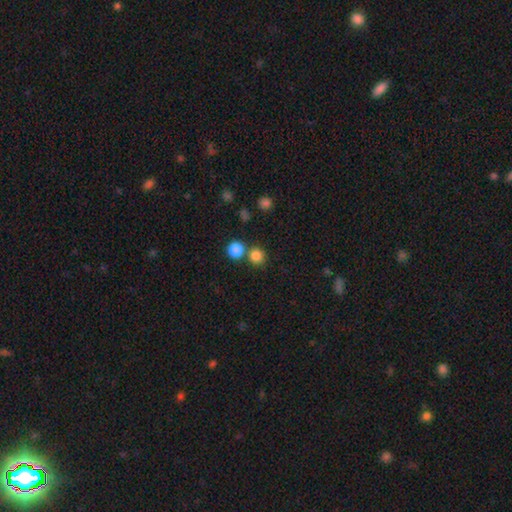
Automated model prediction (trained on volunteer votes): This appears to be a smooth galaxy with no disk features (81%) that is round (92%). Merging: none (72%).